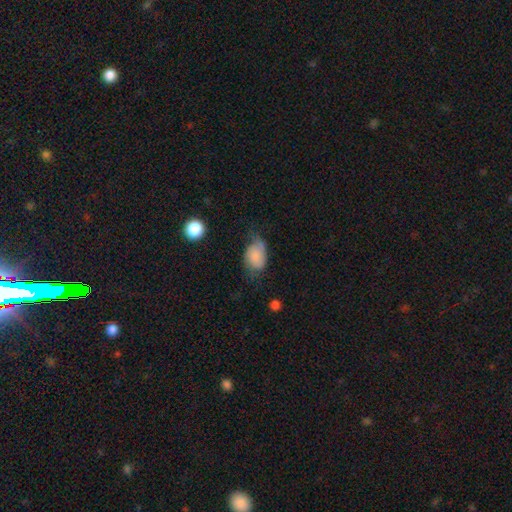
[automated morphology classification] Smooth or featured?
  - smooth: 77% *
  - featured or disk: 15%
  - star or artifact: 8%
How rounded?
  - in between: 81% *
  - round: 18%
  - cigar-shaped: 1%
Merging?
  - minor disturbance: 42% *
  - none: 37%
  - major disturbance: 19%
  - merger: 3%